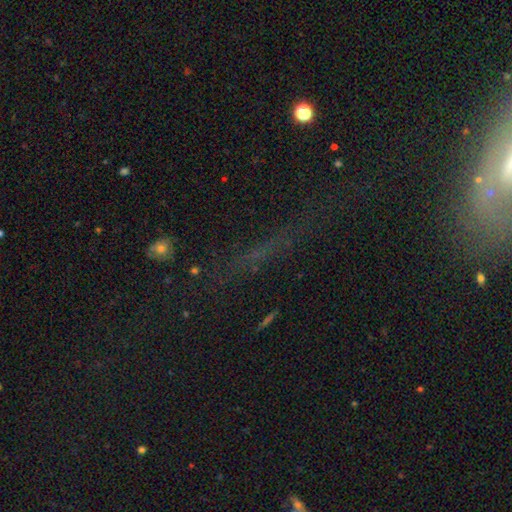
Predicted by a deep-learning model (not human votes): Smooth or featured?
  - star or artifact: 59% *
  - smooth: 24%
  - featured or disk: 17%